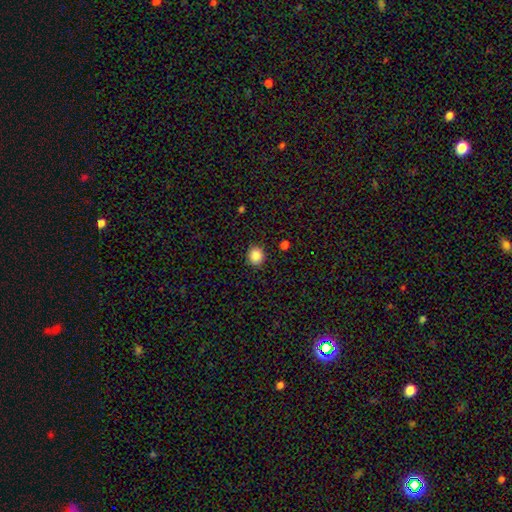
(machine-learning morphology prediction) A smooth galaxy with no disk features (87%) that is round (85%).

Vote fractions:
- Smooth or featured? smooth: 87% / star or artifact: 10% / featured or disk: 3%
- How rounded? round: 85% / in between: 14% / cigar-shaped: 1%
- Merging? none: 89% / minor disturbance: 7% / major disturbance: 2% / merger: 1%